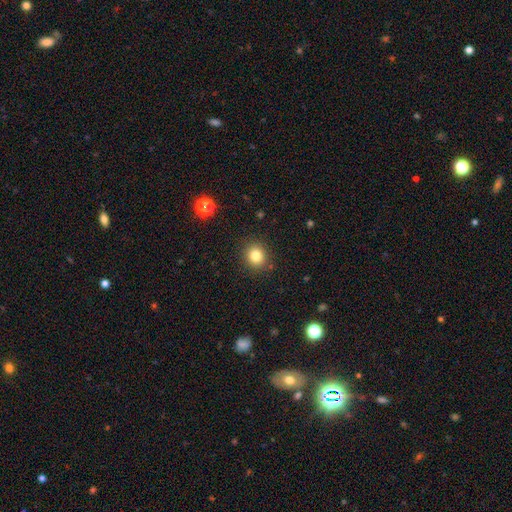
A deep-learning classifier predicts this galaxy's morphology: Overall: smooth (82%). How rounded: round (82%). Merging: none (90%).